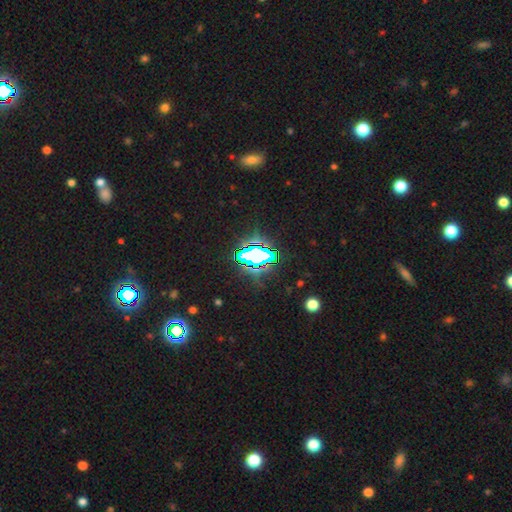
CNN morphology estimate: type=star or artifact (72%).